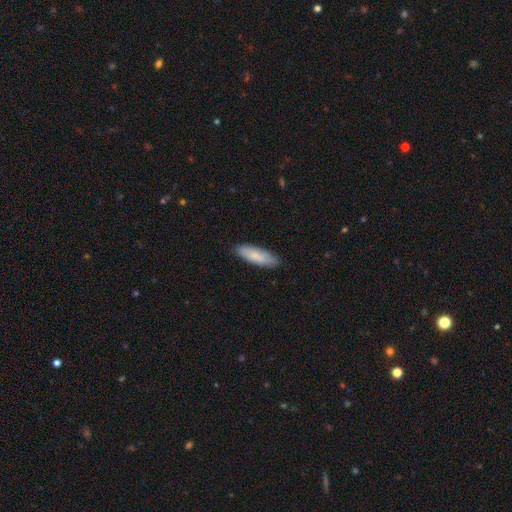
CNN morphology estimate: smooth 83%, featured or disk 11%, star or artifact 5%. Down the decision tree: how rounded — in between (54%); merging — none (85%).